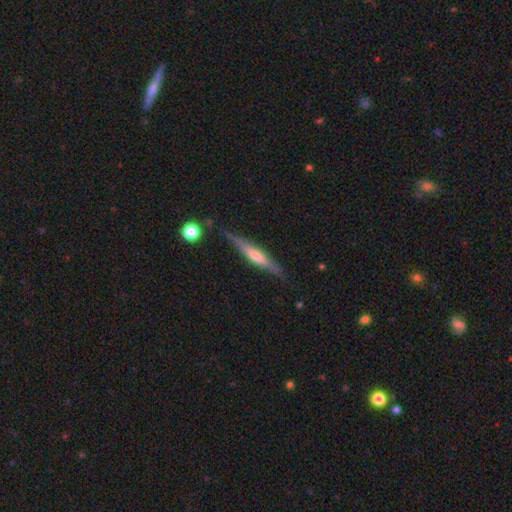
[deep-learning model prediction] This is likely a featured or disk galaxy (62%). It is clearly viewed edge-on (95%). Edge-on bulge: possibly rounded (55%). Merging: clearly none (81%).